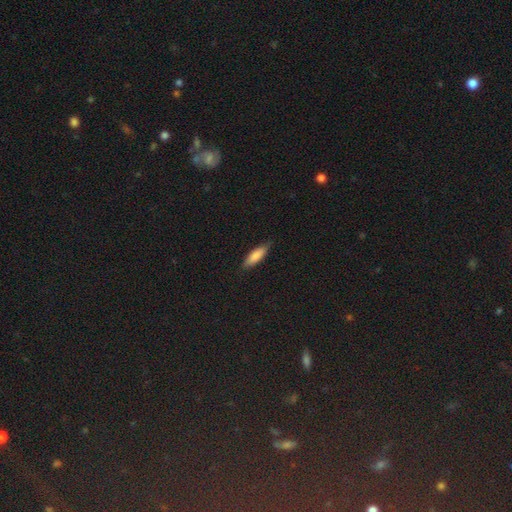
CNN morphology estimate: The model was most divided on "how rounded": cigar-shaped: 52%, in between: 47%, round: 2%. More confident: merging — none (83%); smooth or featured — smooth (81%).